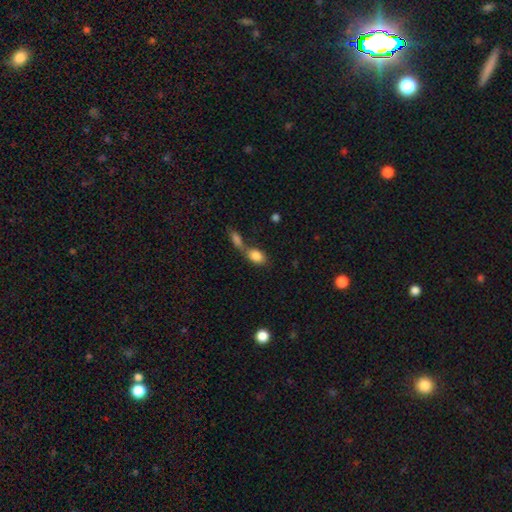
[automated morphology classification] Smooth or featured?
  - smooth: 84% *
  - featured or disk: 9%
  - star or artifact: 8%
How rounded?
  - in between: 86% *
  - round: 11%
  - cigar-shaped: 3%
Merging?
  - merger: 62% *
  - none: 25%
  - minor disturbance: 8%
  - major disturbance: 5%